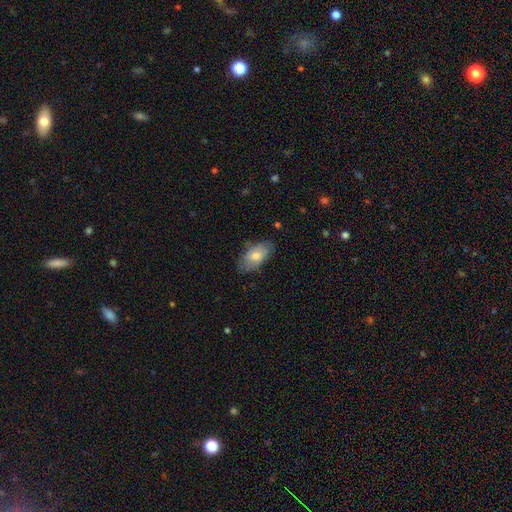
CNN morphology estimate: Overall: smooth (65%; featured or disk 28%). How rounded: in between (93%). Merging: none (75%).